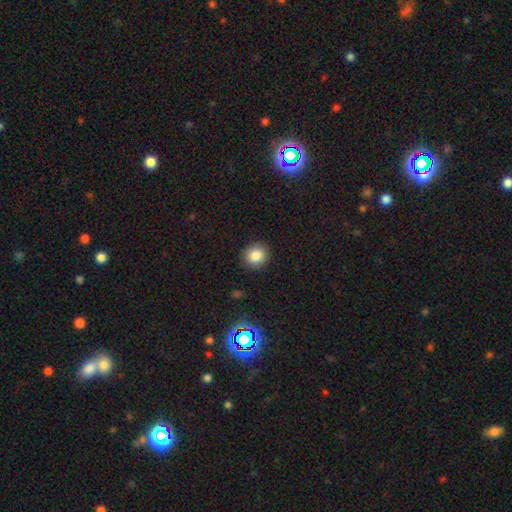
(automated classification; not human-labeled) The model was most divided on "smooth or featured": smooth: 84%, star or artifact: 11%, featured or disk: 6%. More confident: merging — none (91%); how rounded — round (87%).